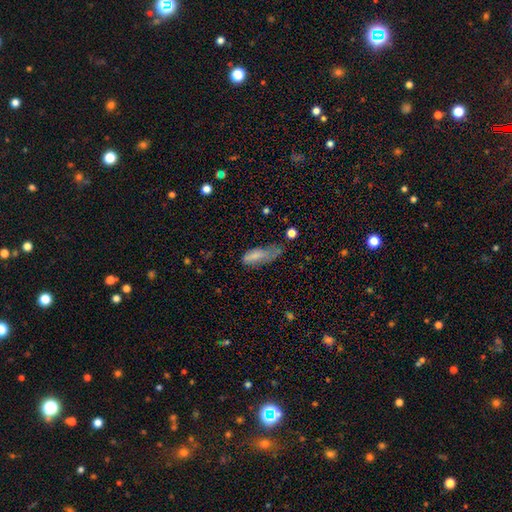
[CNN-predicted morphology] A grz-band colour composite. It shows a smooth galaxy with no disk features (74%) that is in between round and cigar-shaped (72%). Merging: major disturbance (35%, tied with minor disturbance).